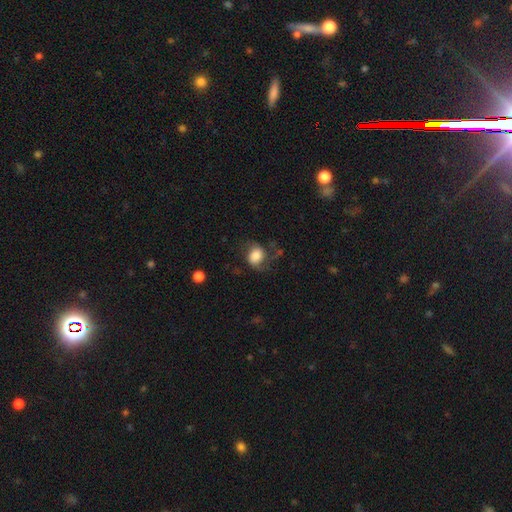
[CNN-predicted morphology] Smooth or featured? smooth (55%)
How rounded? round (52%)
Merging? none (44%)